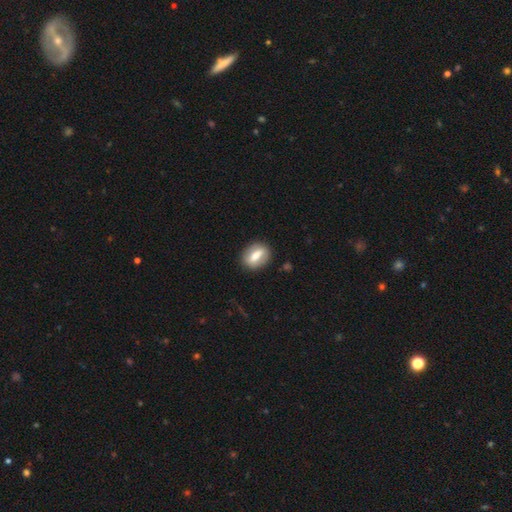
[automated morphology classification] A smooth galaxy with no disk features (59%) that is in between round and cigar-shaped (64%). Merging: none (86%).